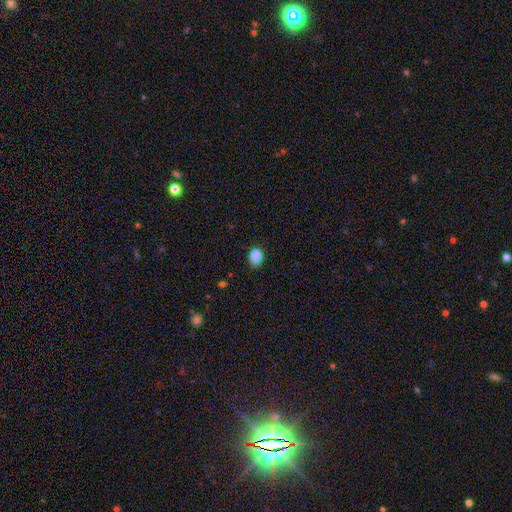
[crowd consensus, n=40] Smooth or featured? smooth (85%)
How rounded? in between (62%)
Merging? none (89%)